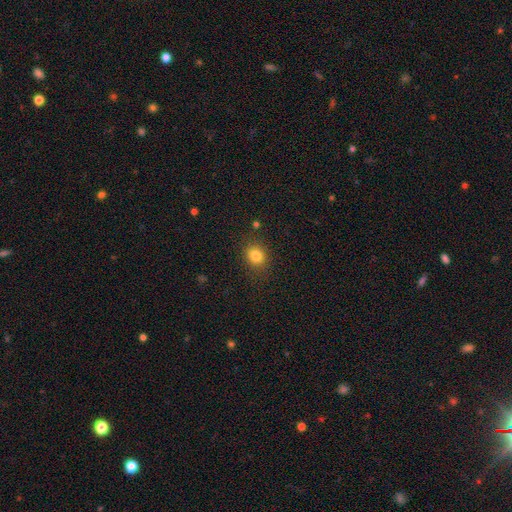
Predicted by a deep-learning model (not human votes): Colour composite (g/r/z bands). It shows a smooth galaxy with no disk features (83%) that is round (68%). Merging: none (85%).